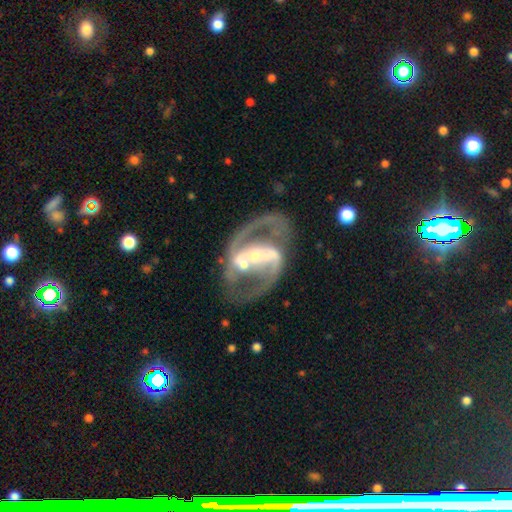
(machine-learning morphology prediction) This appears to be a featured or disk galaxy (91%) with a strong bar (66%), 2 (92%) medium (60%) spiral arms (94%) and a small central bulge (53%). Merging: none (62%).